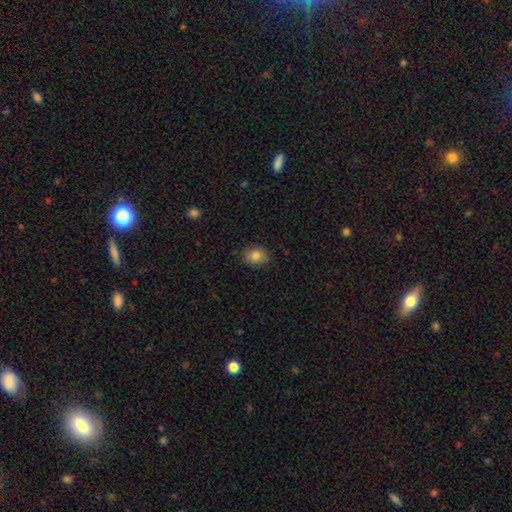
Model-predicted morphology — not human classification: This appears to be a smooth galaxy with no disk features (83%) that is round (50%). Merging: none (87%).